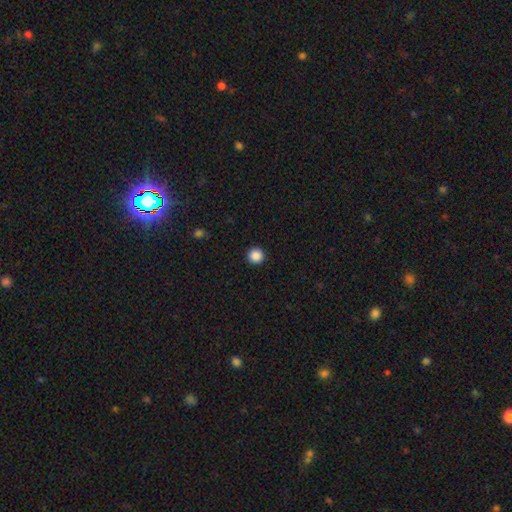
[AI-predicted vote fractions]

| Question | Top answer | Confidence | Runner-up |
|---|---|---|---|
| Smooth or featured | smooth | 87% | star or artifact (10%) |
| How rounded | round | 96% | in between (3%) |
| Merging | none | 93% | minor disturbance (4%) |